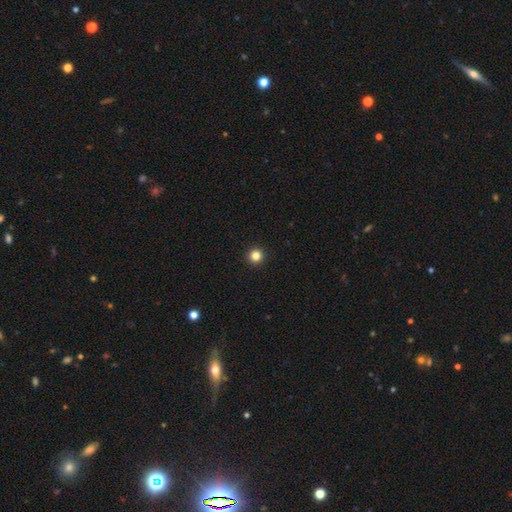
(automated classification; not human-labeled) Smooth or featured?
  - smooth: 83% *
  - star or artifact: 13%
  - featured or disk: 4%
How rounded?
  - round: 96% *
  - in between: 3%
  - cigar-shaped: 1%
Merging?
  - none: 95% *
  - minor disturbance: 3%
  - major disturbance: 1%
  - merger: 1%